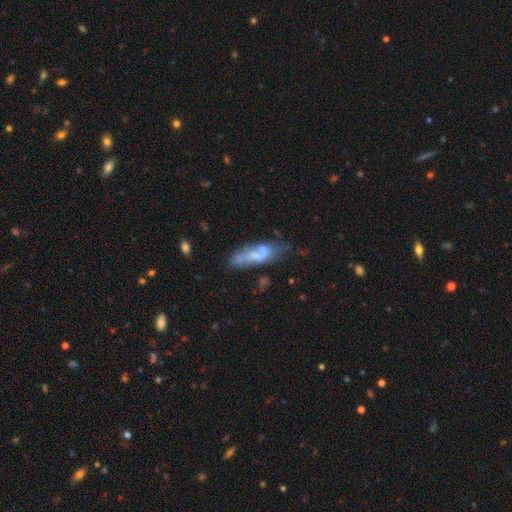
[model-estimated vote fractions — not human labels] This appears to be a featured or disk galaxy (45%, tied with smooth). Merging: none (37%).